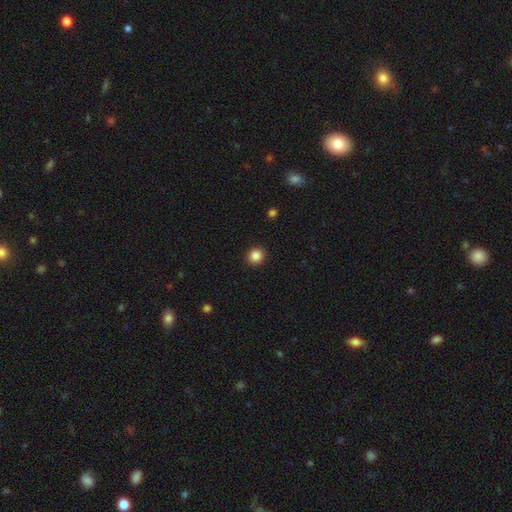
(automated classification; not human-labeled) Smooth or featured: smooth — 86% (star or artifact — 11%)
How rounded: round — 90% (in between — 10%)
Merging: none — 92% (minor disturbance — 5%)